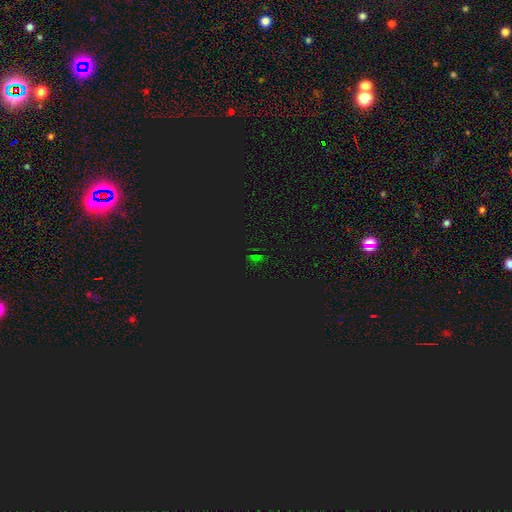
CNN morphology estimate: The model was most divided on "smooth or featured": star or artifact: 70%, smooth: 22%, featured or disk: 8%.